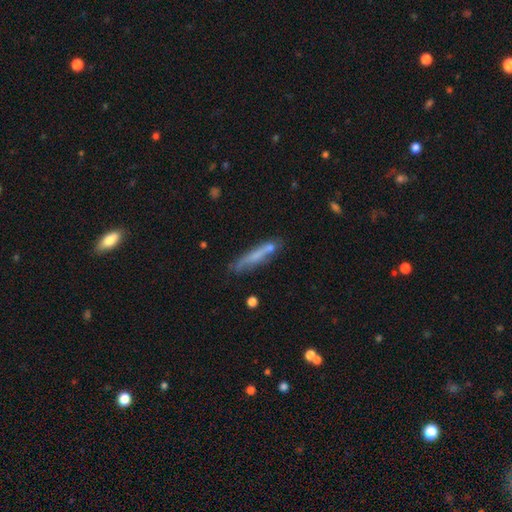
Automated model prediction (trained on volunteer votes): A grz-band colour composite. It shows a smooth galaxy with no disk features (60%) that is cigar-shaped (90%). Merging: none (63%).